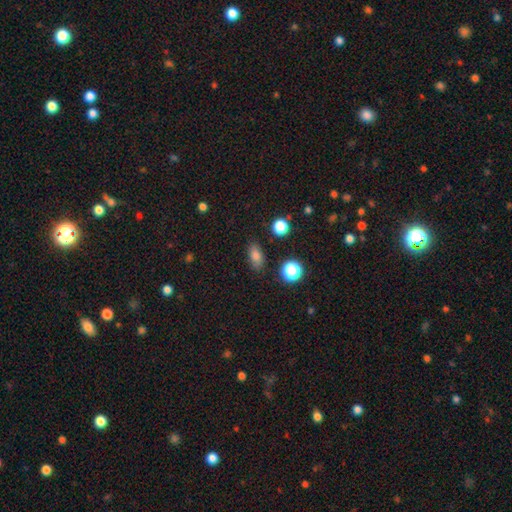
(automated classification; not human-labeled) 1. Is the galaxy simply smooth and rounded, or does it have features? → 79% smooth, 13% star or artifact, 7% featured or disk.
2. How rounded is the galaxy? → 81% in between, 13% round, 5% cigar-shaped.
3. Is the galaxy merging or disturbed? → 83% none, 12% minor disturbance, 3% major disturbance, 2% merger.